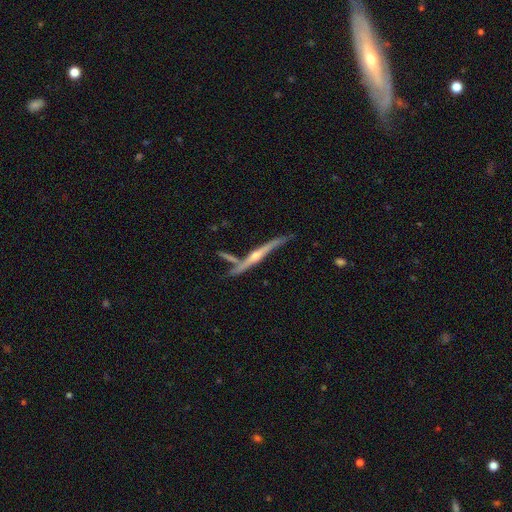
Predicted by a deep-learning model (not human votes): Overall: featured or disk (84%). Edge-on disk: yes (95%). Edge-on bulge: rounded (89%). Merging: none (65%).